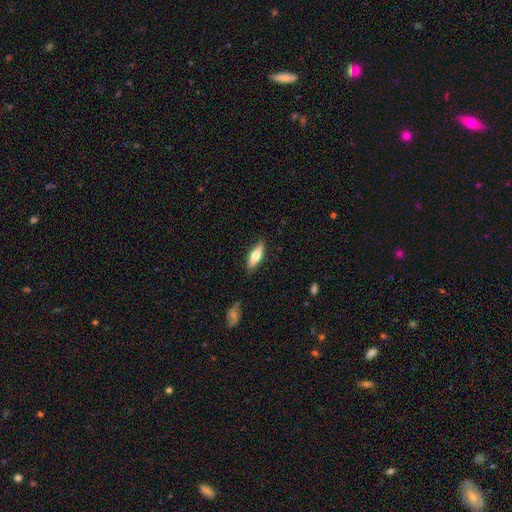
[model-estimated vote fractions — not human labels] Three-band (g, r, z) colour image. It shows a smooth galaxy with no disk features (62%) that is in between round and cigar-shaped (51%). Merging: none (83%).